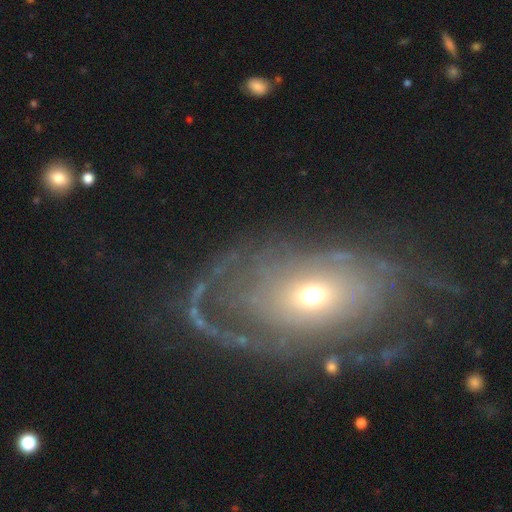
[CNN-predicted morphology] featured or disk 72%, smooth 18%, star or artifact 10%. Down the decision tree: edge-on disk — no (94%); bar — no (79%); spiral arms — yes (69%); bulge size — moderate (53%); merging — none (55%).